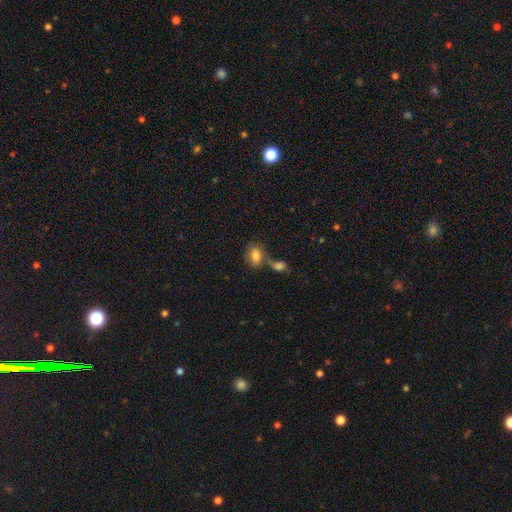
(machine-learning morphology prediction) A smooth galaxy with no disk features (81%) that is in between round and cigar-shaped (82%). Merging: none (45%).